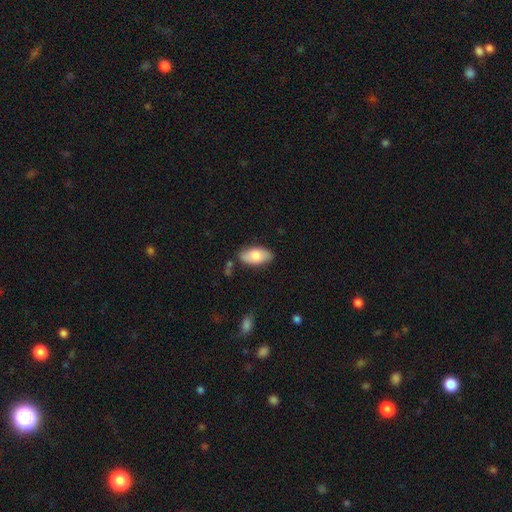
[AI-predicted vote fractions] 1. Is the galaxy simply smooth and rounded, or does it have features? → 77% smooth, 17% featured or disk, 6% star or artifact.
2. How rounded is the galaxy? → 93% in between, 5% cigar-shaped, 3% round.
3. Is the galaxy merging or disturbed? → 81% none, 14% minor disturbance, 3% merger, 3% major disturbance.